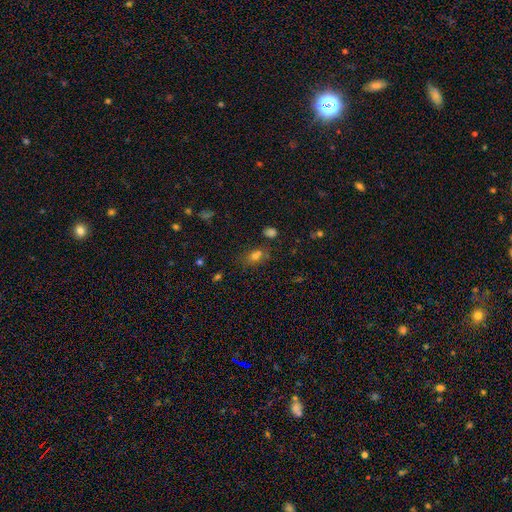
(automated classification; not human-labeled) smooth 68%, star or artifact 22%, featured or disk 10%. Down the decision tree: how rounded — in between (74%); merging — none (63%).